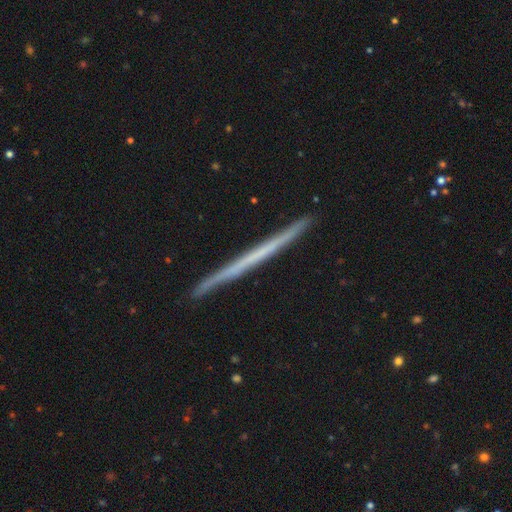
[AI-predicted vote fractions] smooth_or_featured: featured or disk (p=0.61) [alt: smooth p=0.33]
disk_edge_on: yes (p=0.98) [alt: no p=0.02]
edge_on_bulge: none (p=0.93) [alt: rounded p=0.05]
merging: none (p=0.91) [alt: minor disturbance p=0.06]